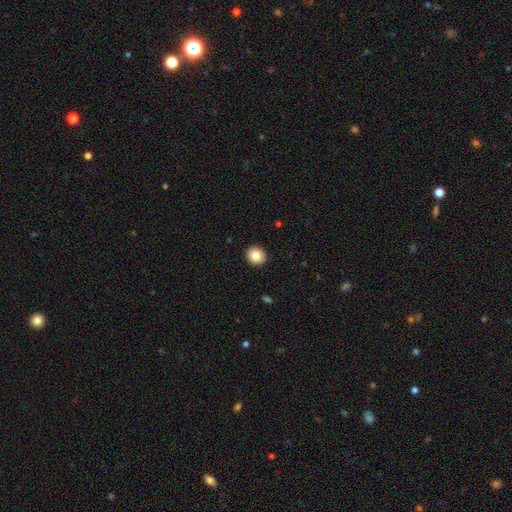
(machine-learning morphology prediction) Smooth or featured: smooth — 84% (star or artifact — 9%)
How rounded: round — 88% (in between — 11%)
Merging: none — 93% (minor disturbance — 5%)